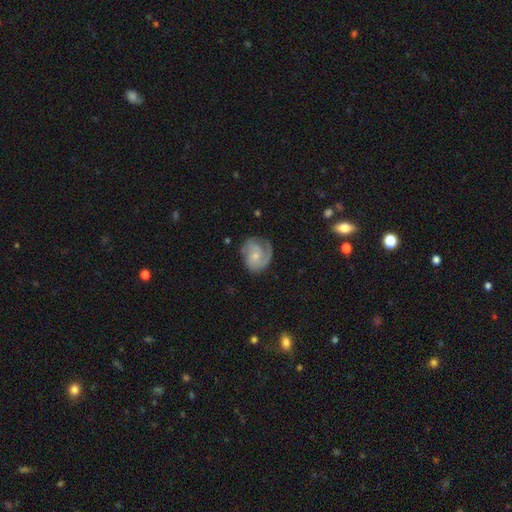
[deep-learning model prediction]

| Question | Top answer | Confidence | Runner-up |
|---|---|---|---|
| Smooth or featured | featured or disk | 68% | smooth (25%) |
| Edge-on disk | no | 98% | yes (2%) |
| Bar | no | 70% | weak (26%) |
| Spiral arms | yes | 90% | no (10%) |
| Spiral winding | medium | 43% | tight (39%) |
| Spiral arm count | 2 | 45% | can't tell (18%) |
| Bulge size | small | 62% | moderate (31%) |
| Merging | none | 60% | minor disturbance (25%) |